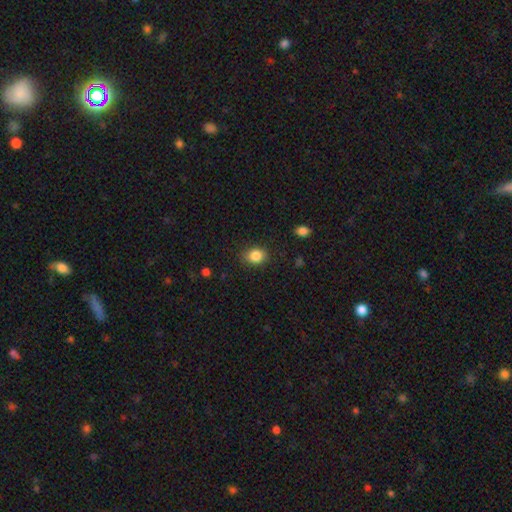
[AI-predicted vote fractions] Overall: smooth (85%). How rounded: in between (52%; round 47%). Merging: none (84%).